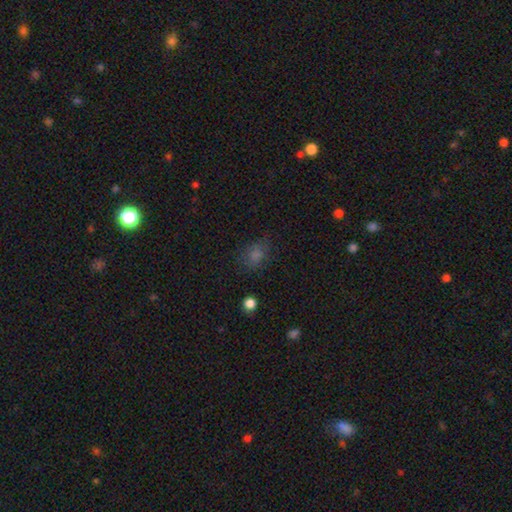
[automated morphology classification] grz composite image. It shows a smooth galaxy with no disk features (64%) that is in between round and cigar-shaped (55%). Merging: none (76%).